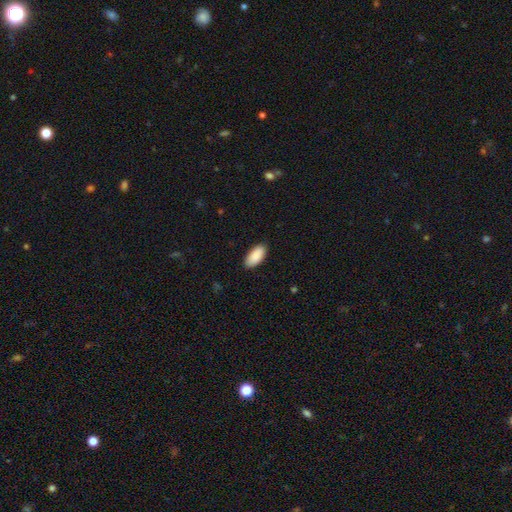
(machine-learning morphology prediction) smooth_or_featured: smooth (p=0.91) [alt: star or artifact p=0.06]
how_rounded: in between (p=0.93) [alt: cigar-shaped p=0.05]
merging: none (p=0.88) [alt: minor disturbance p=0.09]